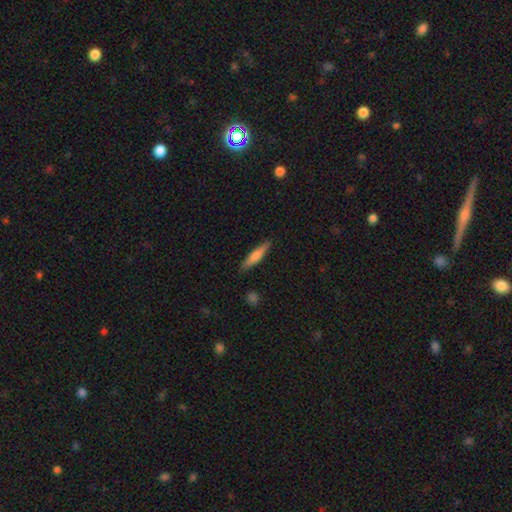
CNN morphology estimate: Smooth or featured? smooth (59%)
How rounded? cigar-shaped (86%)
Merging? none (88%)